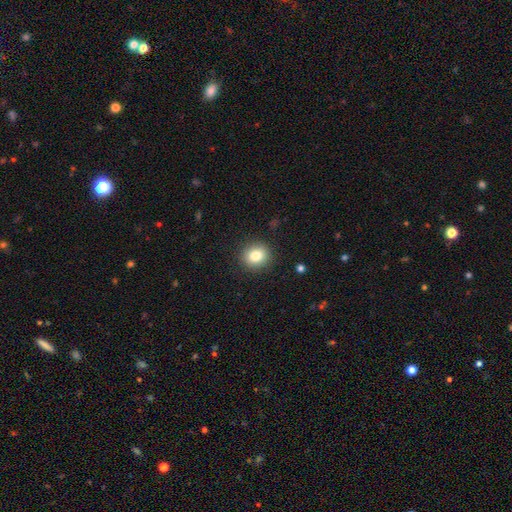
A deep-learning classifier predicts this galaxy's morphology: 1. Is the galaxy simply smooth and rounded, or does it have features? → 82% smooth, 10% star or artifact, 8% featured or disk.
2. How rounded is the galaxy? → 83% round, 16% in between, 1% cigar-shaped.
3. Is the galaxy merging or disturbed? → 90% none, 7% minor disturbance, 2% major disturbance, 1% merger.